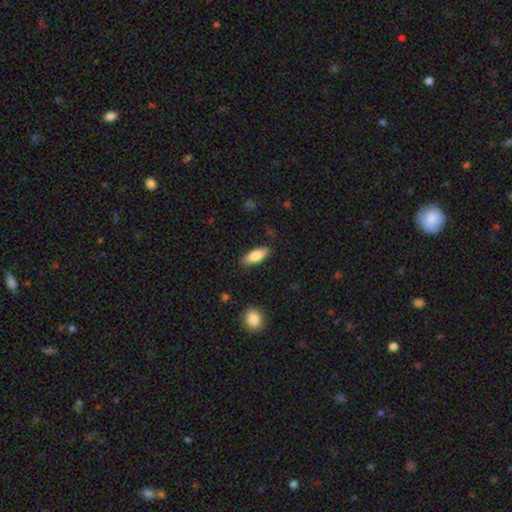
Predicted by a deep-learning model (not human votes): Morphology: type=smooth (77%); roundness=in between (72%); merging=none (84%).